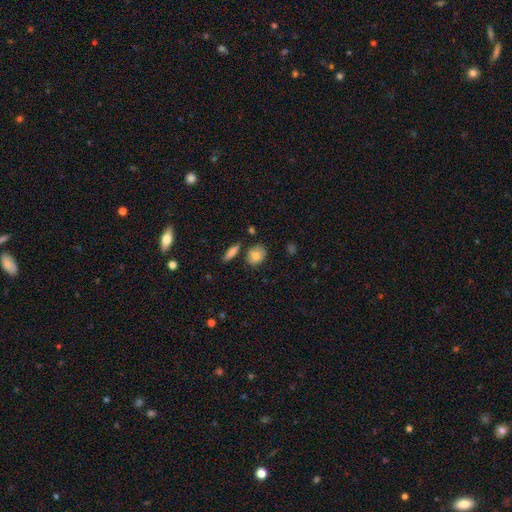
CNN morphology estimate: This appears to be a smooth galaxy with no disk features (77%) that is in between round and cigar-shaped (52%). Merging: none (75%).